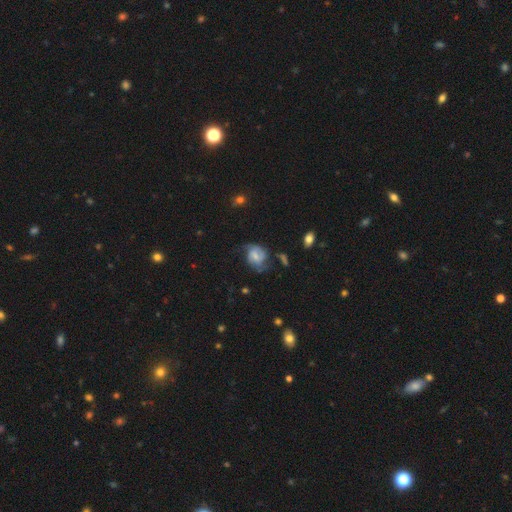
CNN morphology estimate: featured or disk 59%, smooth 32%, star or artifact 9%. Down the decision tree: edge-on disk — no (97%); bar — no (49%); spiral arms — yes (83%); bulge size — small (43%); merging — none (44%).